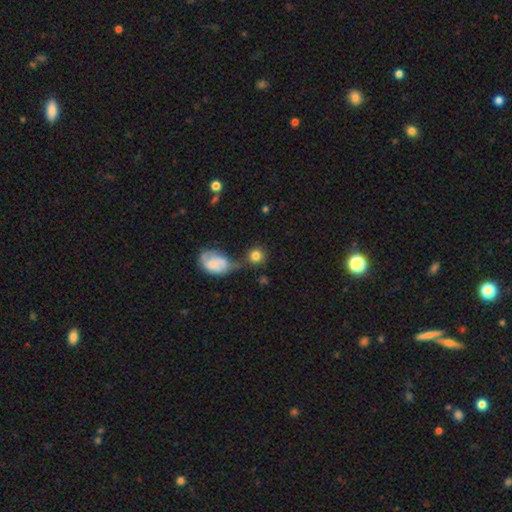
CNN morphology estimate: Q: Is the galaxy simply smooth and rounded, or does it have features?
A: smooth — 80%.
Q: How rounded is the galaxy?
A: round — 87%.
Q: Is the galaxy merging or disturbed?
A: none — 61%.